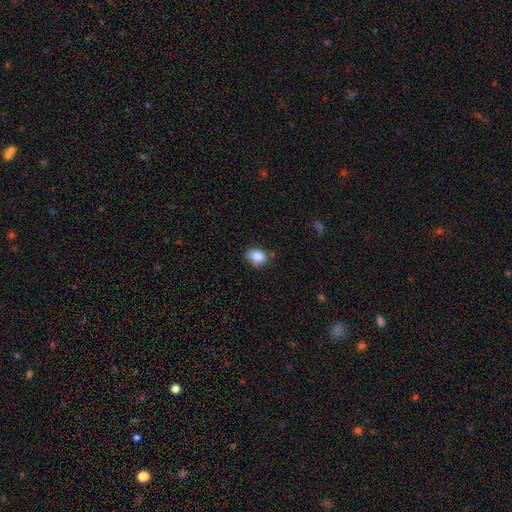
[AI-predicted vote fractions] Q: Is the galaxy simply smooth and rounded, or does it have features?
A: smooth — 86%.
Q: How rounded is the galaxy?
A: in between — 60%.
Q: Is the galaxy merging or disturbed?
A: none — 70%.